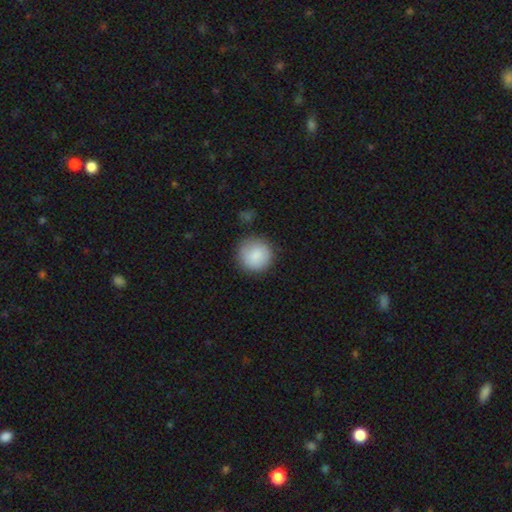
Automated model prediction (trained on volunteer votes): Smooth or featured: smooth — 87% (star or artifact — 7%)
How rounded: round — 94% (in between — 5%)
Merging: none — 82% (minor disturbance — 12%)